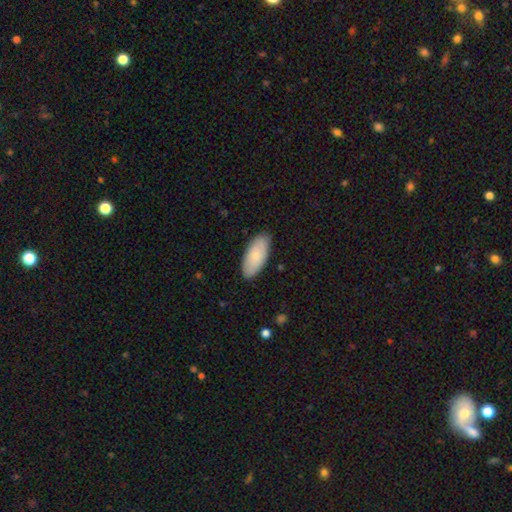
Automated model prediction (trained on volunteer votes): A smooth galaxy with no disk features (80%) that is in between round and cigar-shaped (90%). Merging: none (86%).